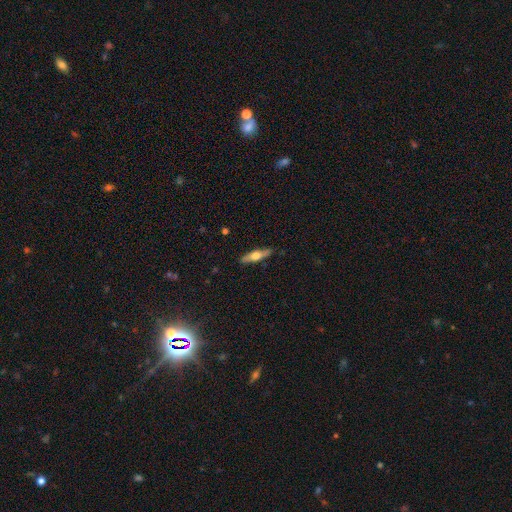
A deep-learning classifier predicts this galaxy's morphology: Smooth or featured: featured or disk — 49% (smooth — 45%)
Merging: none — 87% (minor disturbance — 10%)